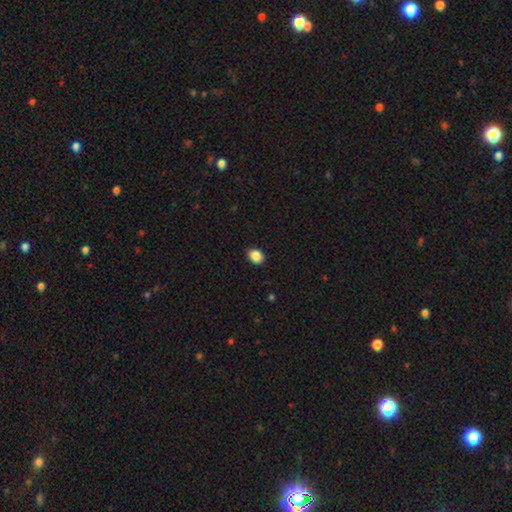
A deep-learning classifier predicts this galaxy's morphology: Smooth or featured: smooth — 88% (star or artifact — 9%)
How rounded: in between — 59% (round — 41%)
Merging: none — 91% (minor disturbance — 7%)